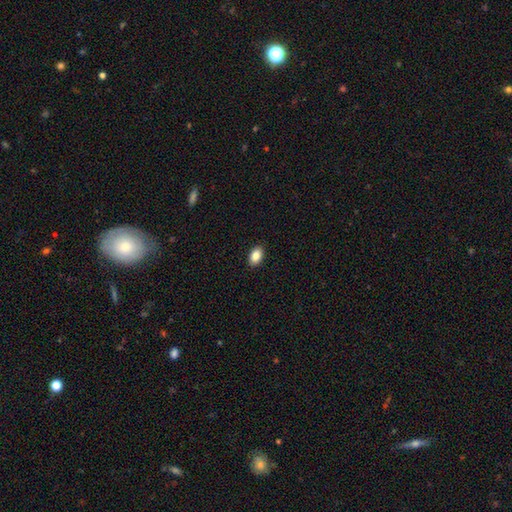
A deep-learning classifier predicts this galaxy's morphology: smooth 87%, star or artifact 8%, featured or disk 6%. Down the decision tree: how rounded — in between (90%); merging — none (91%).